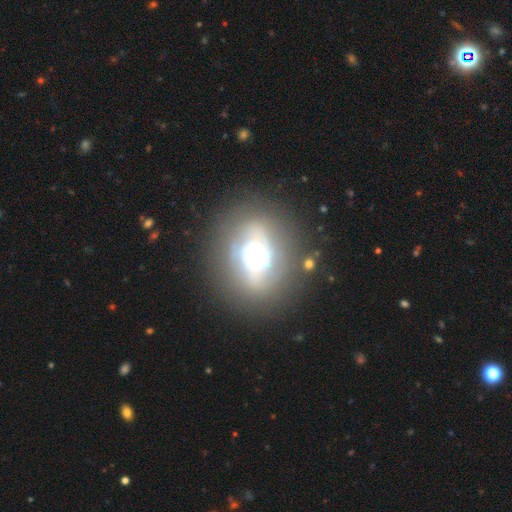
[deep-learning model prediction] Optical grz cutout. It shows a featured or disk galaxy (60%) with no bar (78%), spiral arms (52%) and a moderate central bulge (34%). Merging: none (66%).